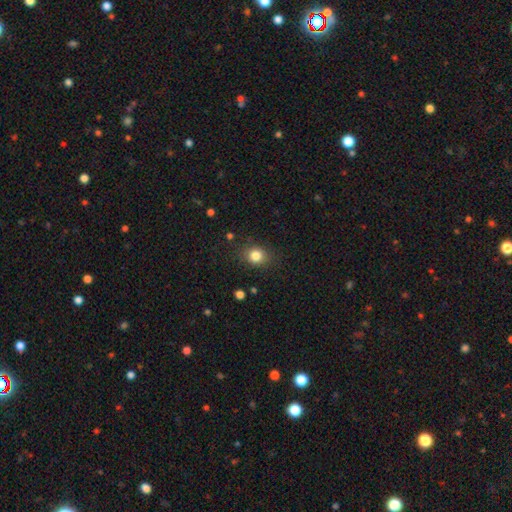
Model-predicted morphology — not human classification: smooth-or-featured: smooth: 83% | star or artifact: 12% | featured or disk: 6%
  how-rounded: round: 68% | in between: 31% | cigar-shaped: 1%
  merging: none: 85% | minor disturbance: 11% | major disturbance: 3% | merger: 1%